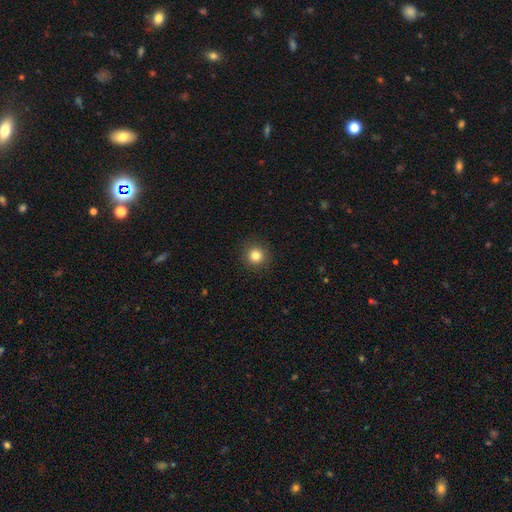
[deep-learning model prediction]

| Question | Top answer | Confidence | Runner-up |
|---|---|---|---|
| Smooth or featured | smooth | 83% | star or artifact (12%) |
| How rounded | round | 94% | in between (5%) |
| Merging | none | 92% | minor disturbance (5%) |